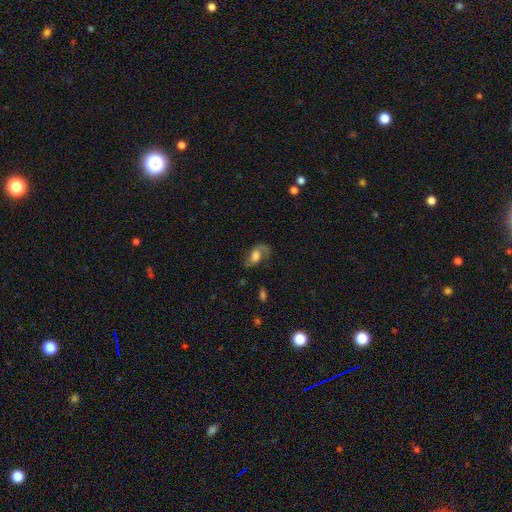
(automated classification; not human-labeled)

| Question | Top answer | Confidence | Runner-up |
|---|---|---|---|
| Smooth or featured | featured or disk | 53% | smooth (38%) |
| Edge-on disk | no | 95% | yes (5%) |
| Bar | no | 61% | weak (31%) |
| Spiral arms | yes | 83% | no (17%) |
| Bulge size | large | 47% | moderate (29%) |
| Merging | none | 48% | major disturbance (27%) |